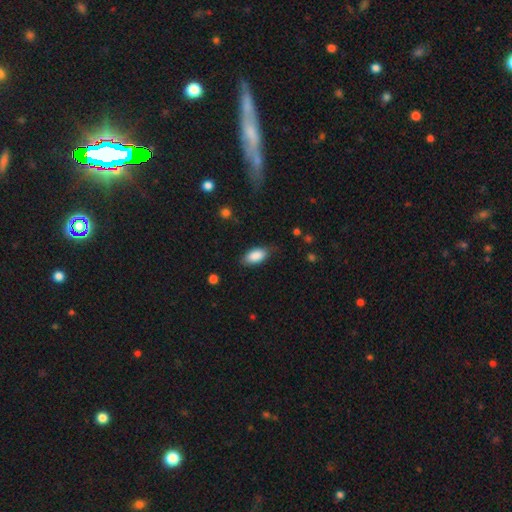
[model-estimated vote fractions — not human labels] Smooth or featured? smooth (88%)
How rounded? in between (91%)
Merging? none (77%)